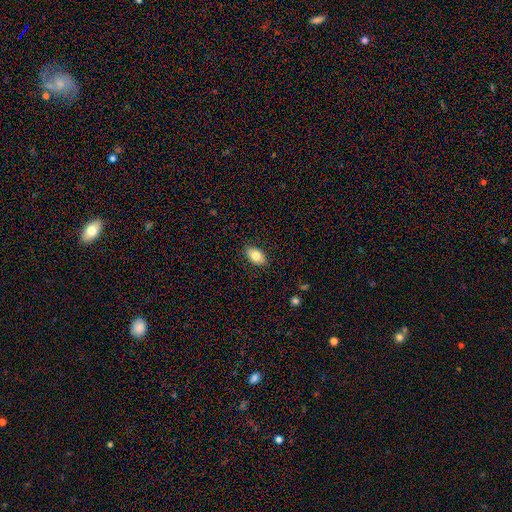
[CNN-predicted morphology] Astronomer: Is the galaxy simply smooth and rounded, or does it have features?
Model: smooth — 80%.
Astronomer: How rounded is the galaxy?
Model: in between — 91%.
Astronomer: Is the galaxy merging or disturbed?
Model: none — 87%.